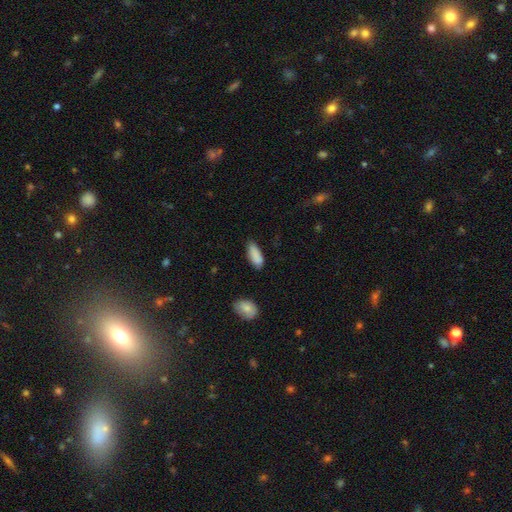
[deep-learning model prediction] Overall: smooth (88%). How rounded: in between (76%). Merging: none (73%).